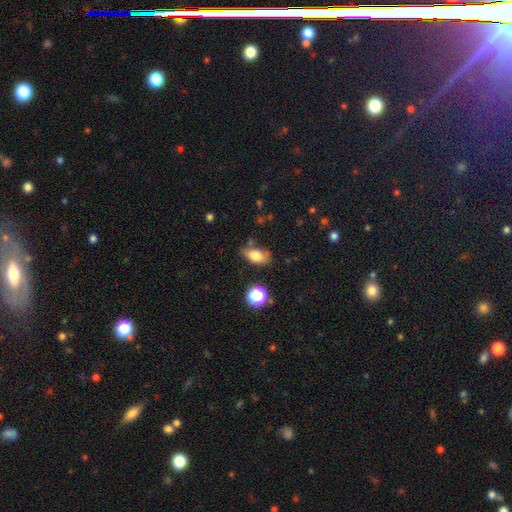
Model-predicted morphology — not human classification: Smooth or featured?
  - smooth: 77% *
  - featured or disk: 13%
  - star or artifact: 10%
How rounded?
  - in between: 84% *
  - round: 13%
  - cigar-shaped: 4%
Merging?
  - none: 63% *
  - minor disturbance: 24%
  - major disturbance: 7%
  - merger: 6%